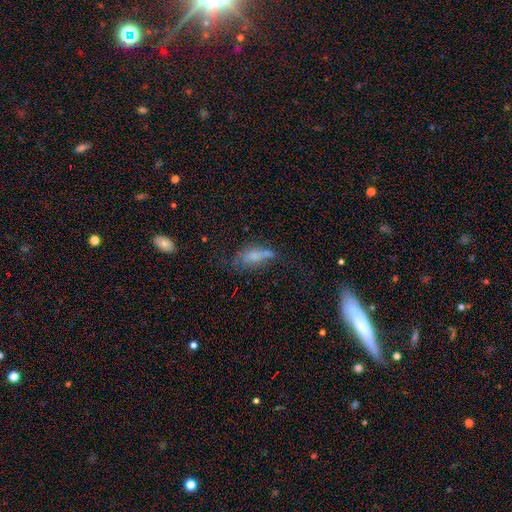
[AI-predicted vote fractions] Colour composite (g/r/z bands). It shows a smooth galaxy with no disk features (62%) that is in between round and cigar-shaped (74%). Merging: none (37%).